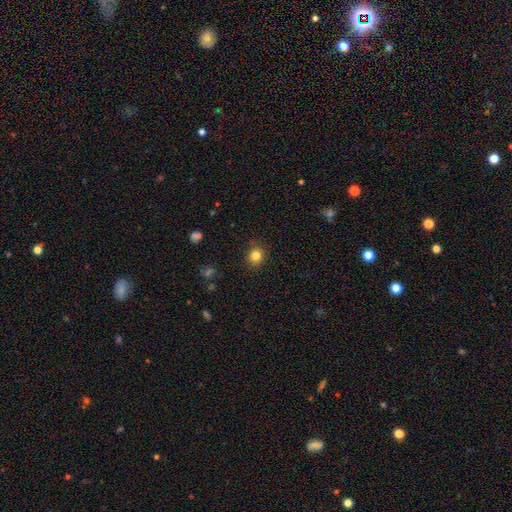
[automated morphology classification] Smooth or featured? smooth (82%)
How rounded? round (75%)
Merging? none (88%)